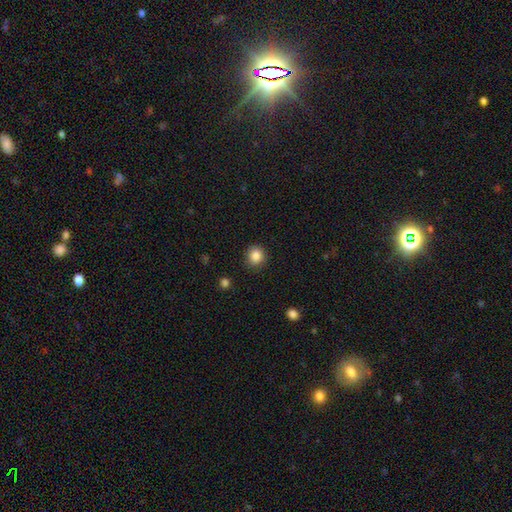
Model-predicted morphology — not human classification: Smooth or featured: smooth — 86% (star or artifact — 10%)
How rounded: round — 85% (in between — 14%)
Merging: none — 87% (minor disturbance — 9%)